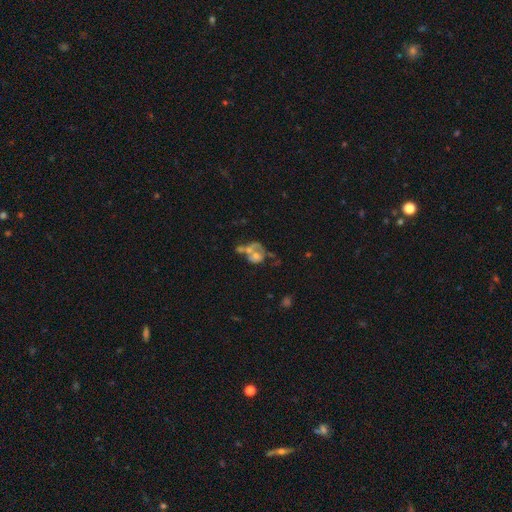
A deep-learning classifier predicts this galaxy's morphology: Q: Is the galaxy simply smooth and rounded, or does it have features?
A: featured or disk — 52%.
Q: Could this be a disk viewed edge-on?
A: no — 97%.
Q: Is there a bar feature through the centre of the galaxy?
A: no — 88%.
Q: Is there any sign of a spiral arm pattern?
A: no — 69%.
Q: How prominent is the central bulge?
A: moderate — 48%.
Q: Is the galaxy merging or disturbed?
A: merger — 48%.